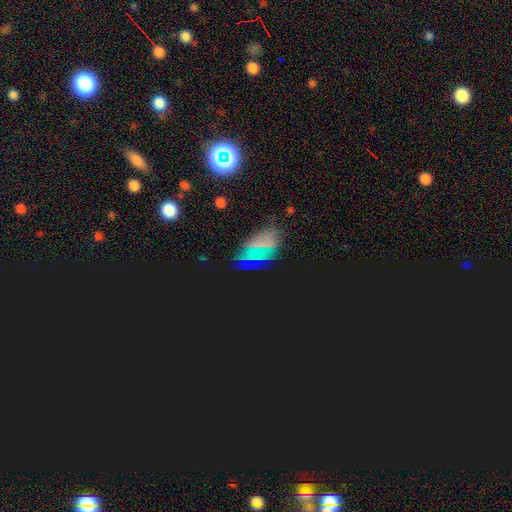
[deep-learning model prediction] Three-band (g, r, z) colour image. It shows a star or artifact, not a galaxy (55%).